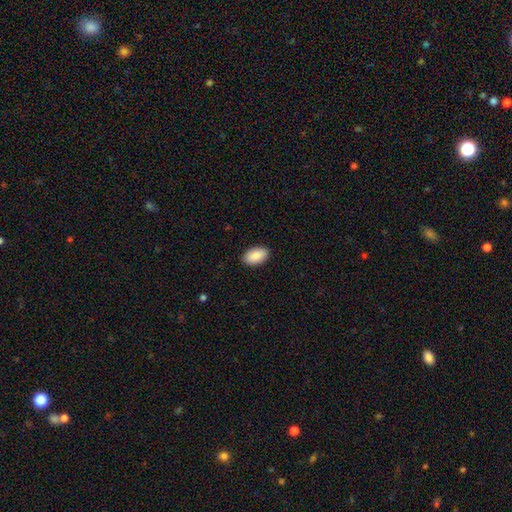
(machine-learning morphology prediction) smooth-or-featured: smooth: 88% | star or artifact: 6% | featured or disk: 6%
  how-rounded: in between: 94% | round: 4% | cigar-shaped: 1%
  merging: none: 89% | minor disturbance: 8% | major disturbance: 2% | merger: 1%